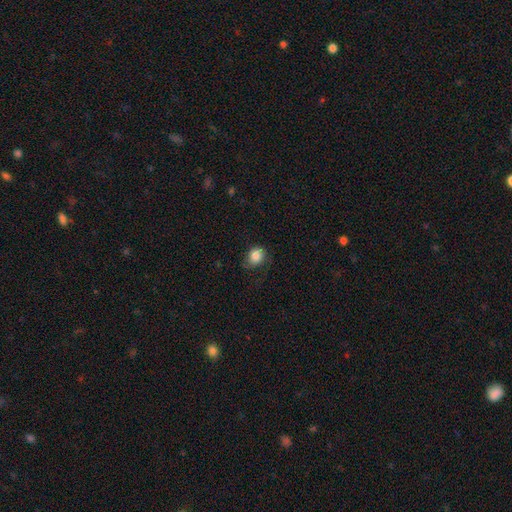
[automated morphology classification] A smooth galaxy with no disk features (84%) that is round (52%). Merging: none (62%).